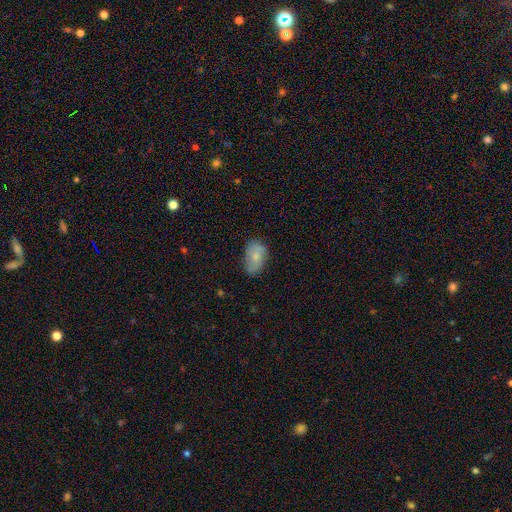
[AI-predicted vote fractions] Q: Smooth or featured?
A: smooth (73%); runner-up: featured or disk (19%)
Q: How rounded?
A: in between (90%); runner-up: round (8%)
Q: Merging?
A: none (63%); runner-up: minor disturbance (27%)